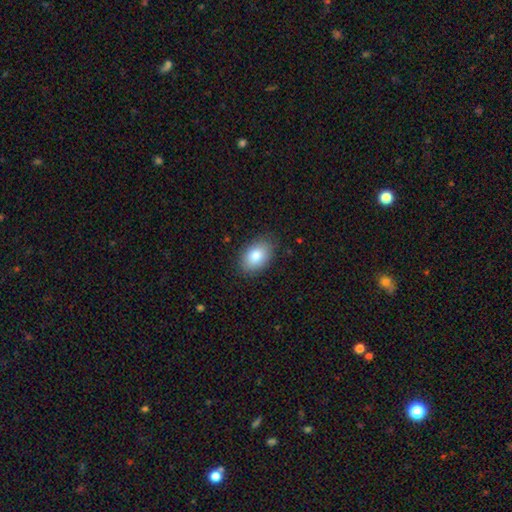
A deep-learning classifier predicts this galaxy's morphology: smooth_or_featured: smooth (p=0.85) [alt: featured or disk p=0.09]
how_rounded: in between (p=0.88) [alt: round p=0.11]
merging: none (p=0.84) [alt: minor disturbance p=0.12]